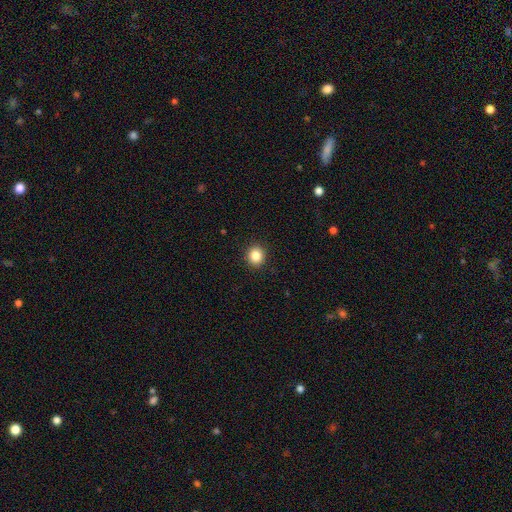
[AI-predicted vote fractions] A smooth galaxy with no disk features (86%) that is round (85%). Merging: none (92%).